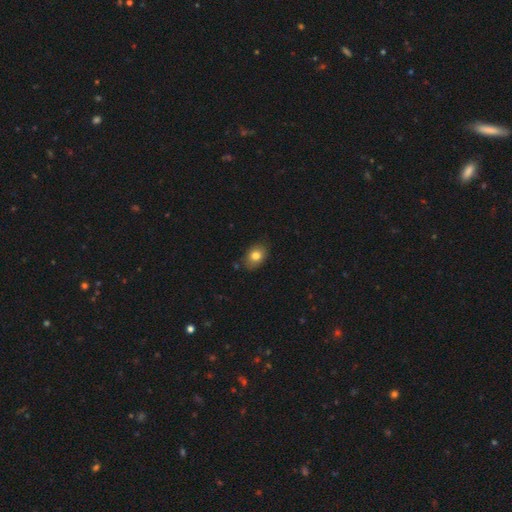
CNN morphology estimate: A smooth galaxy with no disk features (80%) that is in between round and cigar-shaped (73%). Merging: none (83%).